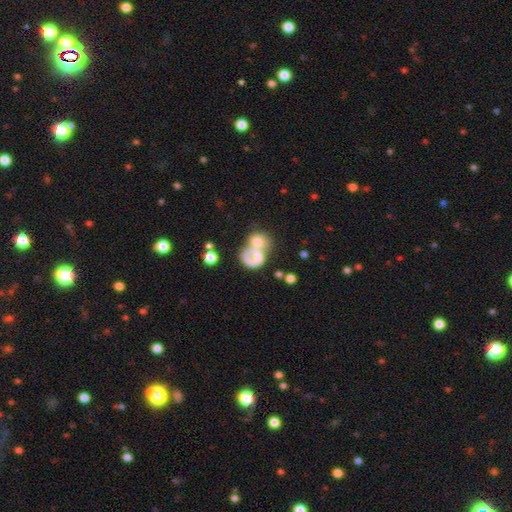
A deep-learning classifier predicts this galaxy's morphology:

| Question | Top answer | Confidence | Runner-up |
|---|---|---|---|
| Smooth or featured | smooth | 48% | featured or disk (41%) |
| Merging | merger | 57% | none (18%) |